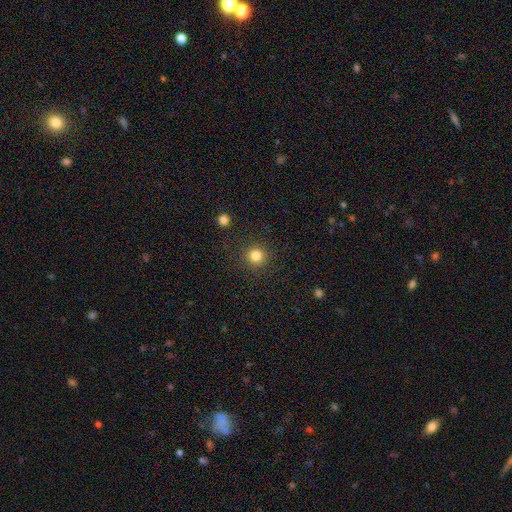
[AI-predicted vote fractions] The model was most divided on "smooth or featured": smooth: 82%, star or artifact: 13%, featured or disk: 5%. More confident: how rounded — round (94%); merging — none (90%).